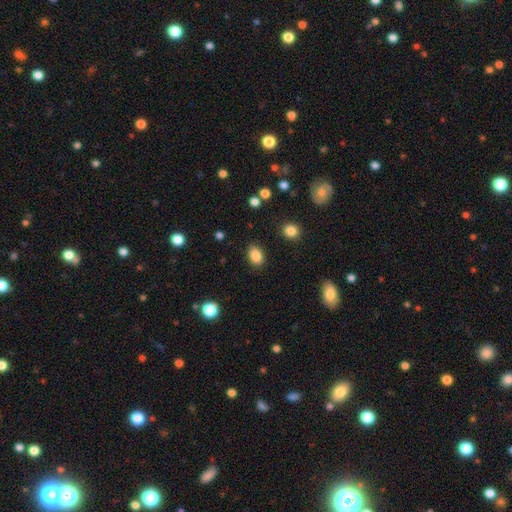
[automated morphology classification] This is clearly a smooth galaxy (86%). How rounded: likely in between (78%). Merging: clearly none (86%).